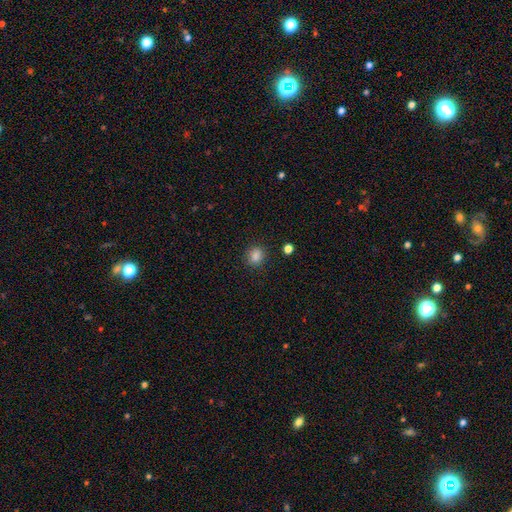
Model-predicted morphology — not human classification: Smooth or featured: smooth — 84% (star or artifact — 11%)
How rounded: round — 55% (in between — 44%)
Merging: none — 81% (minor disturbance — 12%)